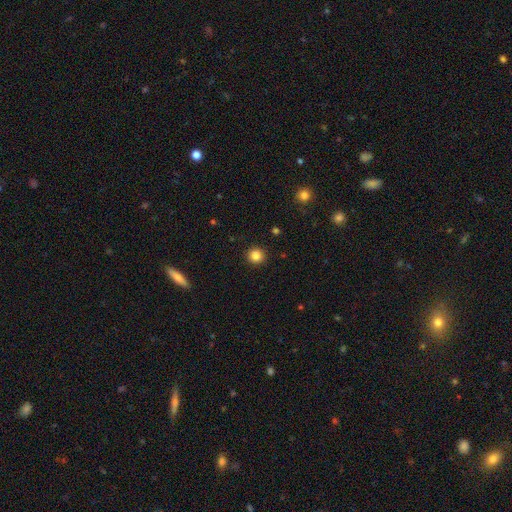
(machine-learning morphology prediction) Smooth or featured? smooth (85%)
How rounded? round (95%)
Merging? none (93%)